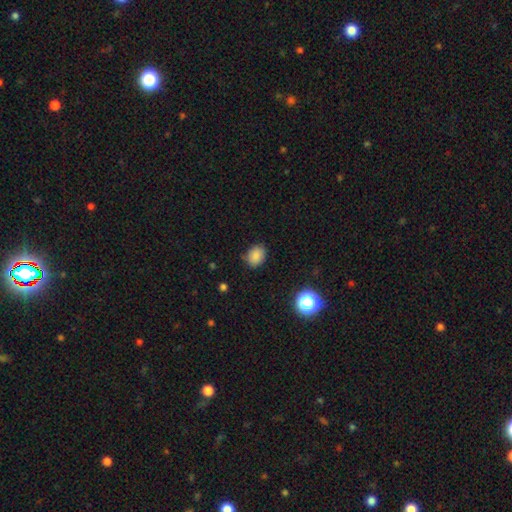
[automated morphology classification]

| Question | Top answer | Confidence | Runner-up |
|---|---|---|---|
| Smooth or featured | smooth | 83% | star or artifact (11%) |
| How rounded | in between | 57% | round (42%) |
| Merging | none | 76% | minor disturbance (19%) |